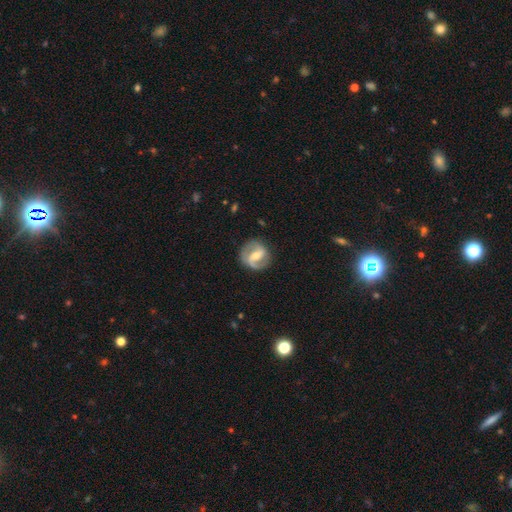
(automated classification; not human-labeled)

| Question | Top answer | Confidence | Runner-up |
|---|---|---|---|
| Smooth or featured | featured or disk | 84% | smooth (11%) |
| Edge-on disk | no | 98% | yes (2%) |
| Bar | weak | 45% | strong (38%) |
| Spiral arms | yes | 93% | no (7%) |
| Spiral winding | medium | 50% | tight (29%) |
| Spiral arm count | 2 | 88% | 1 (5%) |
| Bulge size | moderate | 57% | small (36%) |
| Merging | none | 83% | minor disturbance (12%) |